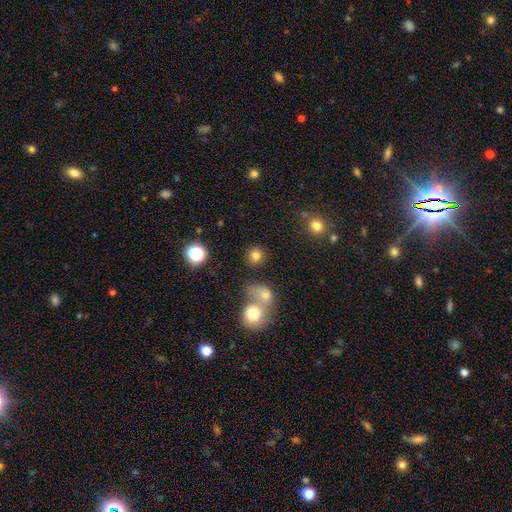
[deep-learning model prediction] Smooth or featured: smooth — 78% (star or artifact — 14%)
How rounded: round — 88% (in between — 11%)
Merging: none — 74% (merger — 15%)